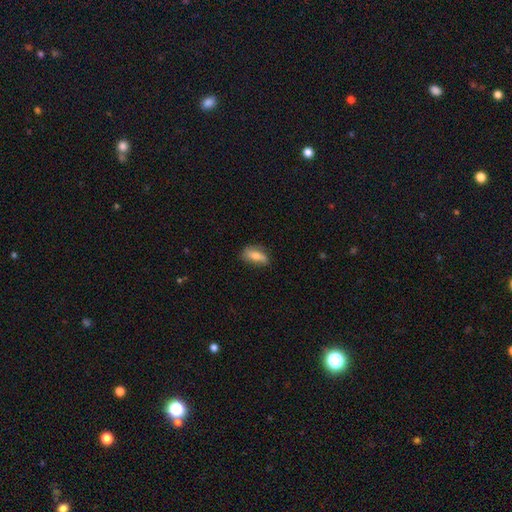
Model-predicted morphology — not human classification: Q: Smooth or featured?
A: smooth (65%); runner-up: featured or disk (28%)
Q: How rounded?
A: in between (83%); runner-up: cigar-shaped (12%)
Q: Merging?
A: none (71%); runner-up: minor disturbance (22%)